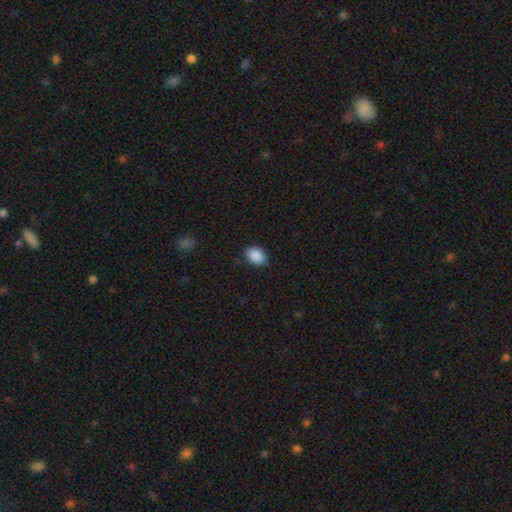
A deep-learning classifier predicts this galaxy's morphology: smooth_or_featured: smooth (p=0.89) [alt: star or artifact p=0.08]
how_rounded: in between (p=0.79) [alt: round p=0.20]
merging: none (p=0.81) [alt: minor disturbance p=0.15]